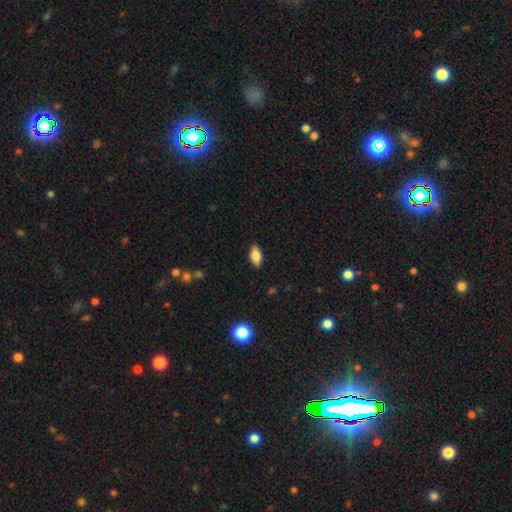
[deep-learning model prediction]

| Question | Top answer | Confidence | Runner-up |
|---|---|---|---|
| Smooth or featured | smooth | 77% | featured or disk (16%) |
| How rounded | in between | 87% | cigar-shaped (9%) |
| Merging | none | 88% | minor disturbance (9%) |